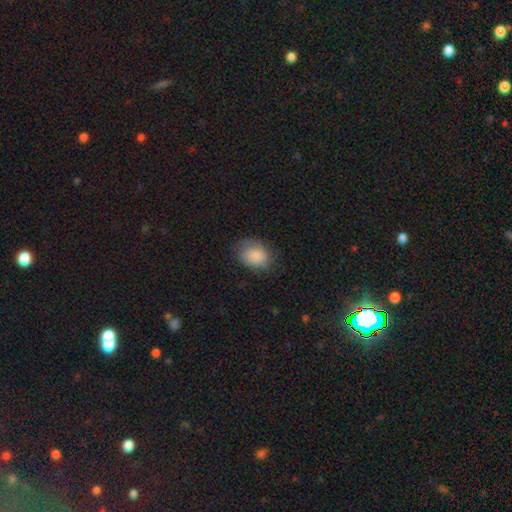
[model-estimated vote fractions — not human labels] Smooth or featured?
  - smooth: 84% *
  - featured or disk: 9%
  - star or artifact: 7%
How rounded?
  - in between: 61% *
  - round: 38%
  - cigar-shaped: 1%
Merging?
  - none: 66% *
  - minor disturbance: 24%
  - major disturbance: 8%
  - merger: 1%